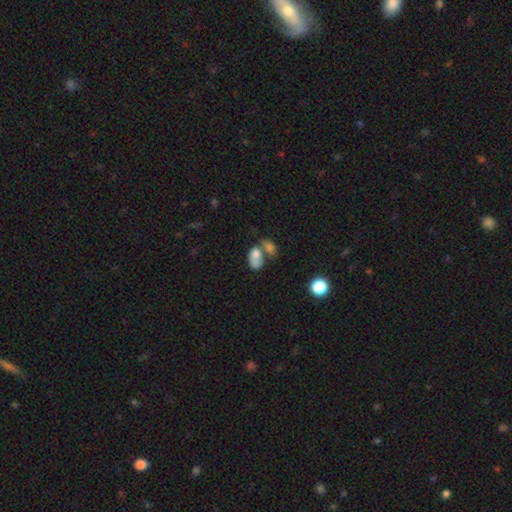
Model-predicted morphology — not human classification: A smooth galaxy with no disk features (76%) that is in between round and cigar-shaped (86%). Merging: merger (58%).